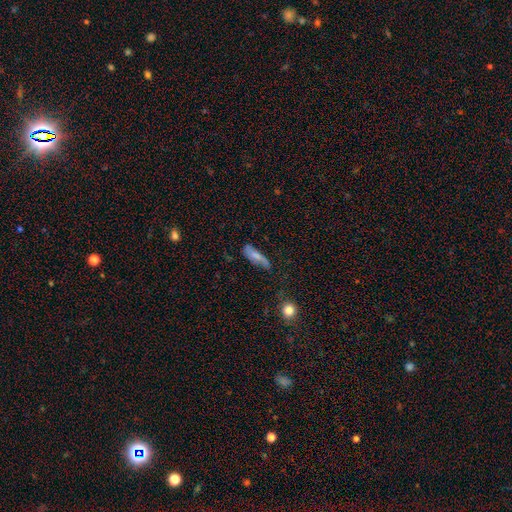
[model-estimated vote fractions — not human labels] smooth_or_featured: smooth (p=0.70) [alt: featured or disk p=0.23]
how_rounded: cigar-shaped (p=0.50) [alt: in between p=0.48]
merging: none (p=0.52) [alt: minor disturbance p=0.32]